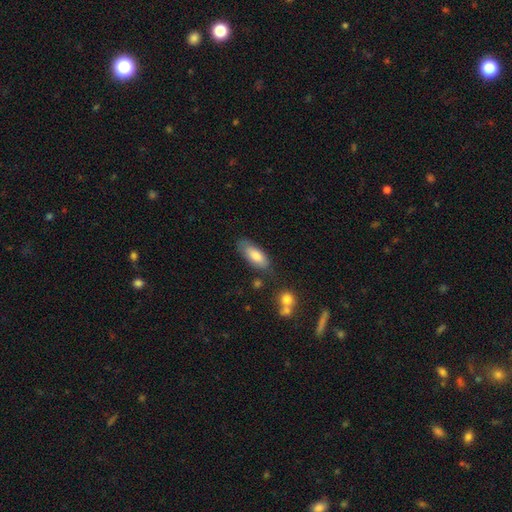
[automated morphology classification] A smooth galaxy with no disk features (78%) that is in between round and cigar-shaped (75%). Merging: none (68%).